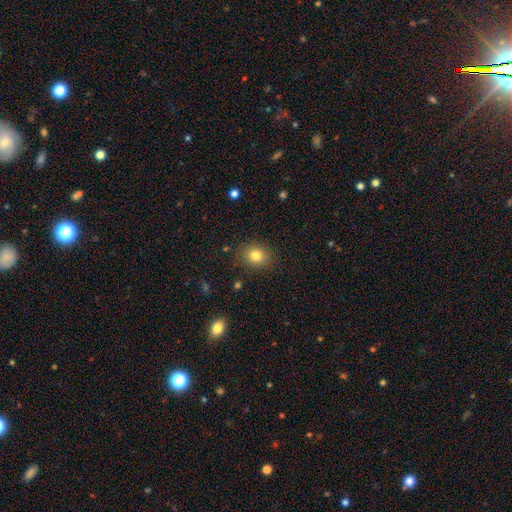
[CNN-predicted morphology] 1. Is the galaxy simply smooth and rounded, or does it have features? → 81% smooth, 11% star or artifact, 8% featured or disk.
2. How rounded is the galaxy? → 58% round, 41% in between, 1% cigar-shaped.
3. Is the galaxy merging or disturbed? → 87% none, 9% minor disturbance, 3% major disturbance, 1% merger.